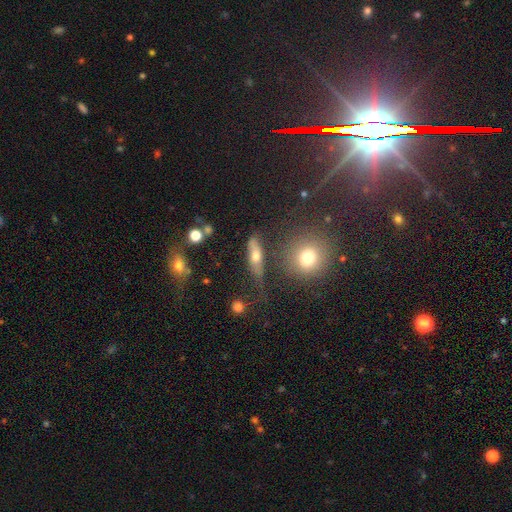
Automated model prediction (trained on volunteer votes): smooth_or_featured: smooth (p=0.44) [alt: featured or disk p=0.41]
merging: none (p=0.62) [alt: minor disturbance p=0.21]